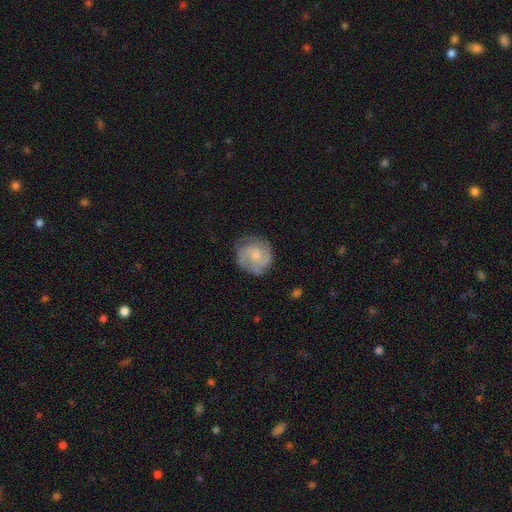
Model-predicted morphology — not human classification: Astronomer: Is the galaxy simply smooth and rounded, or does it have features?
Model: featured or disk — 67%.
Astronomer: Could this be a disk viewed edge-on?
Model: no — 98%.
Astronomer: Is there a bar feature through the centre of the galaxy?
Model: no — 69%.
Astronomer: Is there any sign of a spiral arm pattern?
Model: yes — 91%.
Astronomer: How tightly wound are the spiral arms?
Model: tight — 46% (runner-up: medium, 41%).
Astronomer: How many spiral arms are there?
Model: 2 — 37% (runner-up: 3, 28%).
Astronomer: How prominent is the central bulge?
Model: small — 51% (runner-up: moderate, 36%).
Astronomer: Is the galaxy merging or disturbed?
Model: none — 73%.